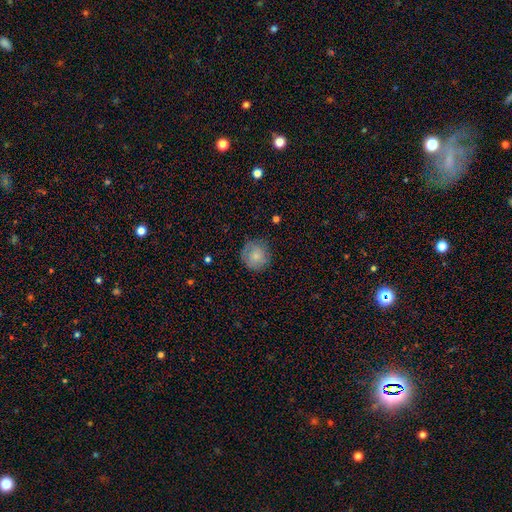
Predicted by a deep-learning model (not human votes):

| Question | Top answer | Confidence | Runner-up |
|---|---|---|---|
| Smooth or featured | smooth | 74% | featured or disk (18%) |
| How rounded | round | 91% | in between (8%) |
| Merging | none | 79% | minor disturbance (15%) |